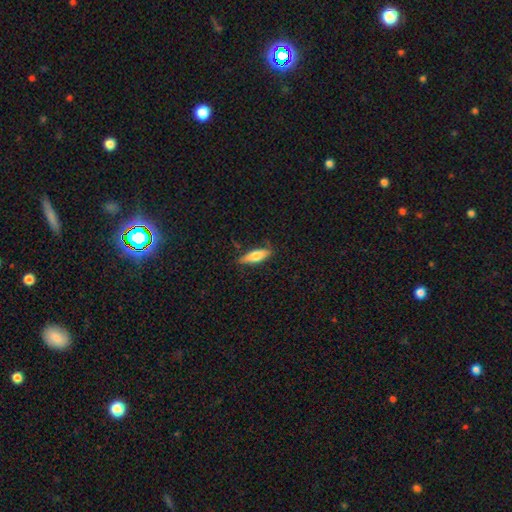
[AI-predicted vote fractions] A smooth galaxy with no disk features (68%) that is in between round and cigar-shaped (49%). Merging: none (79%).